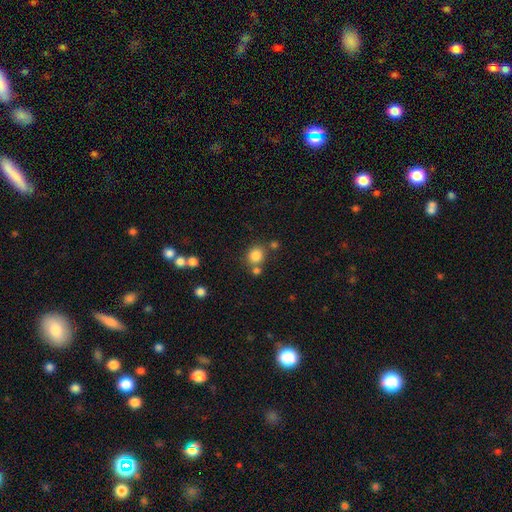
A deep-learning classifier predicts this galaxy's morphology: smooth 82%, star or artifact 12%, featured or disk 6%. Down the decision tree: how rounded — round (86%); merging — none (67%).